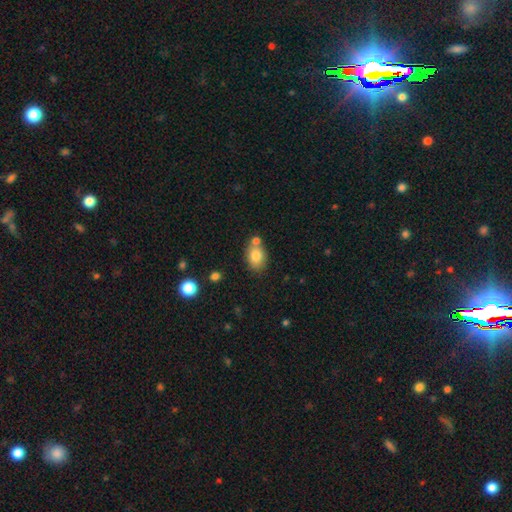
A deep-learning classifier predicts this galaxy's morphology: Overall: smooth (81%). How rounded: in between (78%). Merging: none (61%; merger 21%).